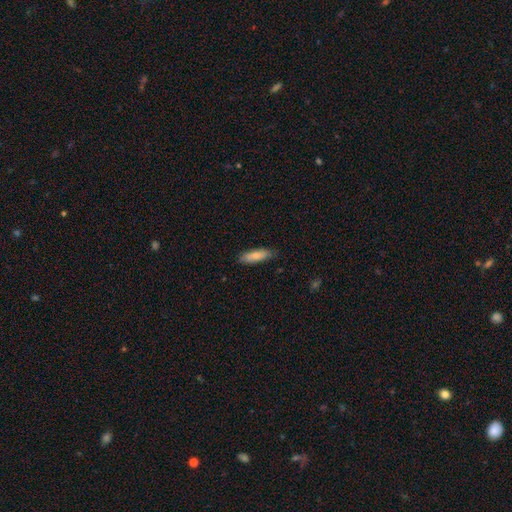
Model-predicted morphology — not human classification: Q: Smooth or featured?
A: smooth (81%); runner-up: featured or disk (13%)
Q: How rounded?
A: cigar-shaped (50%); runner-up: in between (48%)
Q: Merging?
A: none (82%); runner-up: minor disturbance (15%)